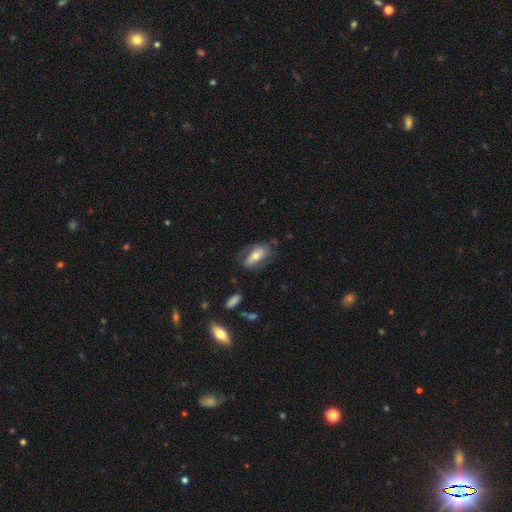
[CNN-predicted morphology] Smooth or featured: smooth — 49% (featured or disk — 44%)
Merging: none — 65% (minor disturbance — 21%)